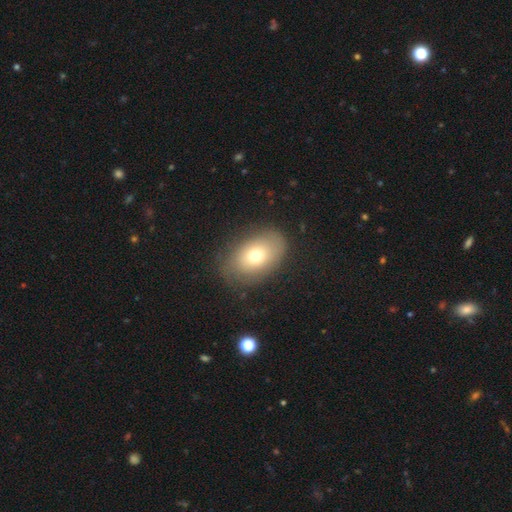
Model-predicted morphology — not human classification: smooth_or_featured: smooth (p=0.70) [alt: featured or disk p=0.21]
how_rounded: in between (p=0.85) [alt: round p=0.14]
merging: none (p=0.78) [alt: minor disturbance p=0.15]